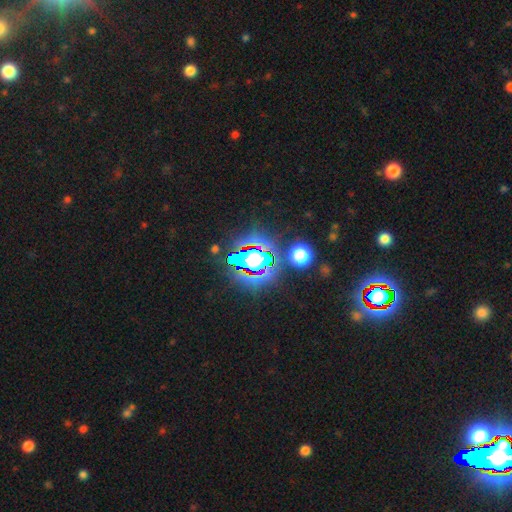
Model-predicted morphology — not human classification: This appears to be a star or artifact, not a galaxy (80%).